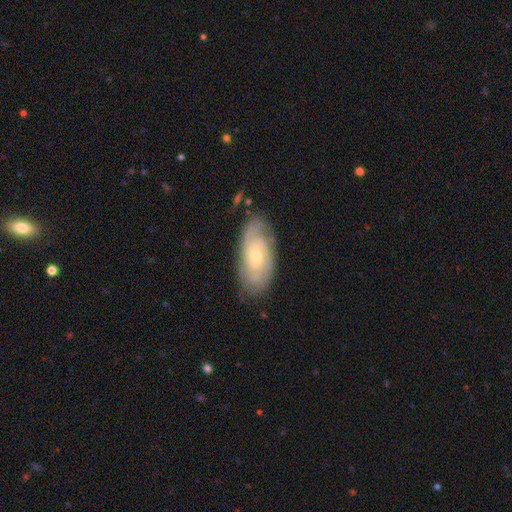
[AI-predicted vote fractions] This appears to be a featured or disk galaxy (82%) with no bar (56%), 2 (34%) tight (68%) spiral arms (95%) and a small central bulge (61%). Merging: none (80%).